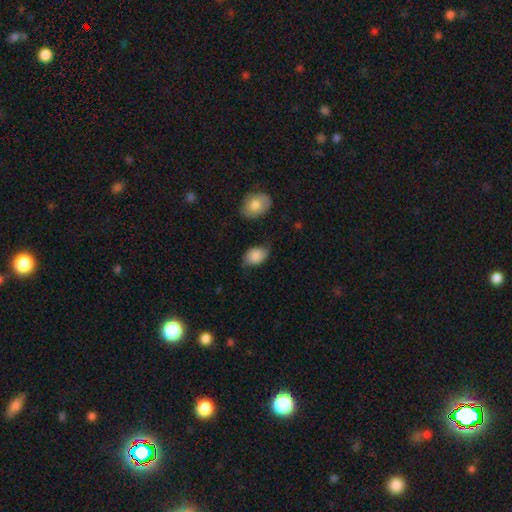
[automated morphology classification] Q: Smooth or featured?
A: smooth (80%); runner-up: featured or disk (13%)
Q: How rounded?
A: in between (82%); runner-up: round (17%)
Q: Merging?
A: none (55%); runner-up: minor disturbance (32%)